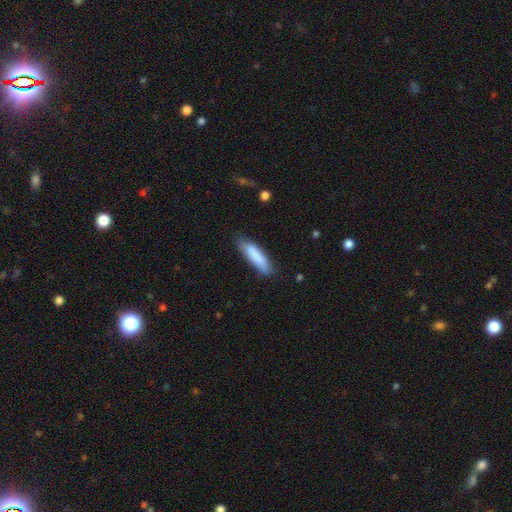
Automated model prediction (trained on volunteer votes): Smooth or featured? smooth (84%)
How rounded? cigar-shaped (69%)
Merging? none (76%)